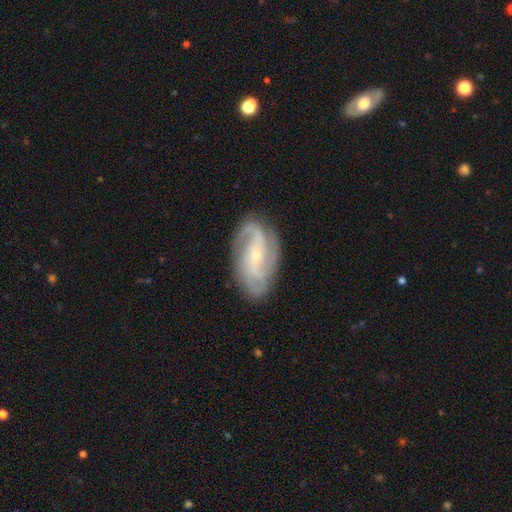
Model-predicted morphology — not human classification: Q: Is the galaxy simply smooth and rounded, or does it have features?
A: featured or disk — 87%.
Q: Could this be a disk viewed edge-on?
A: no — 96%.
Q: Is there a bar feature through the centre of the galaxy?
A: no — 44%.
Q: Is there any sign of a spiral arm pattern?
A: yes — 96%.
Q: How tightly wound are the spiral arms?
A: medium — 44%.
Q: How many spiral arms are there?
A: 2 — 41%.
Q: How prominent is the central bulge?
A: small — 78%.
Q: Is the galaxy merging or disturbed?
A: none — 78%.